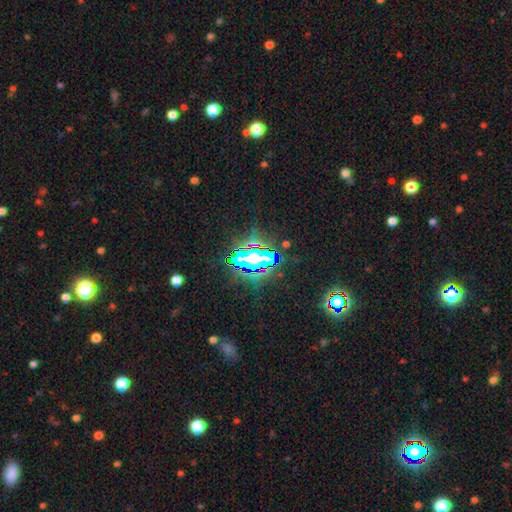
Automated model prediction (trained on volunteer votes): Overall: star or artifact (80%).